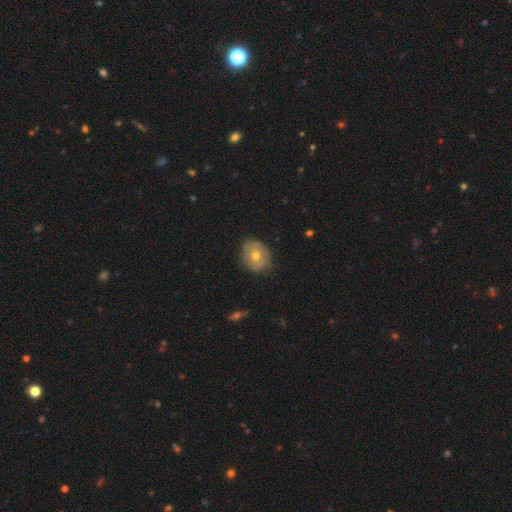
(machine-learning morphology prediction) smooth-or-featured: featured or disk: 48% | smooth: 43% | star or artifact: 9%
  merging: none: 74% | minor disturbance: 21% | major disturbance: 4% | merger: 1%